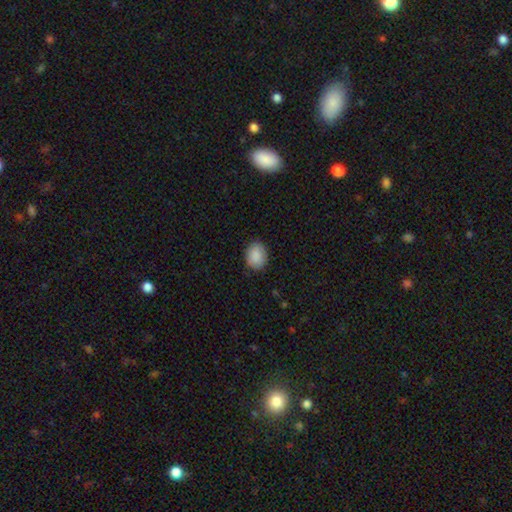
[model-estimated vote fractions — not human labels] This appears to be a smooth galaxy with no disk features (89%) that is in between round and cigar-shaped (58%). Merging: none (86%).